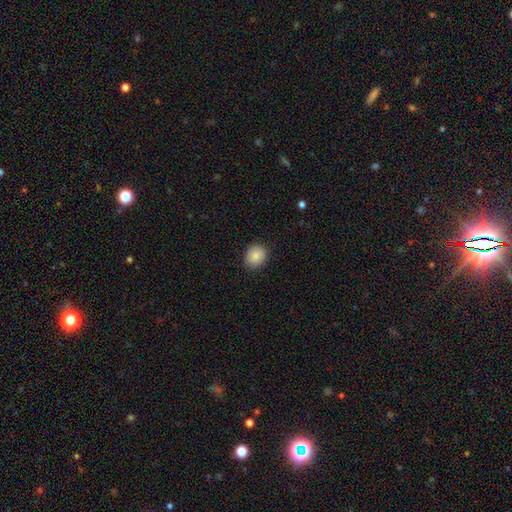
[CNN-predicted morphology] Smooth or featured? Predicted: smooth (p=0.86). How rounded? Predicted: round (p=0.69). Merging? Predicted: none (p=0.88).